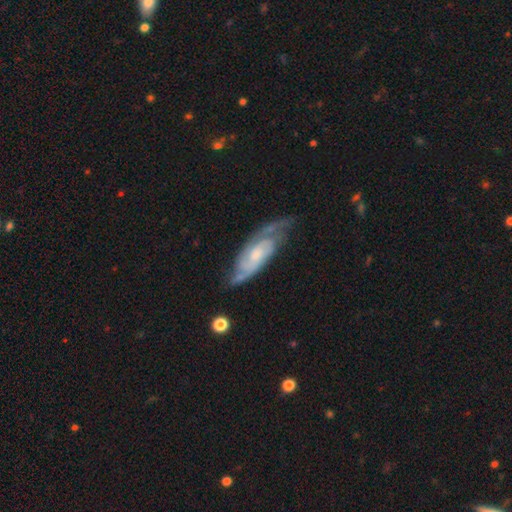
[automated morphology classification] Smooth or featured? featured or disk (84%)
Edge-on disk? no (91%)
Bar? no (59%)
Spiral arms? yes (96%)
Spiral winding? tight (46%)
Spiral arm count? 2 (67%)
Bulge size? small (44%)
Merging? none (62%)